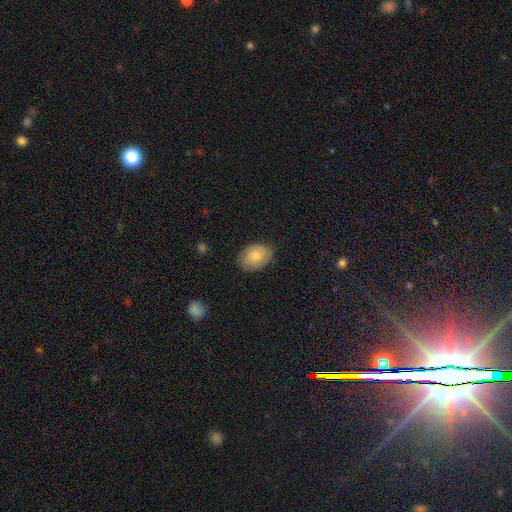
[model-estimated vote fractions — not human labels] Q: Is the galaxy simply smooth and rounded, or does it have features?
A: smooth — 80%.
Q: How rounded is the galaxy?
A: in between — 73%.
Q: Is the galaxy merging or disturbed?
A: none — 78%.